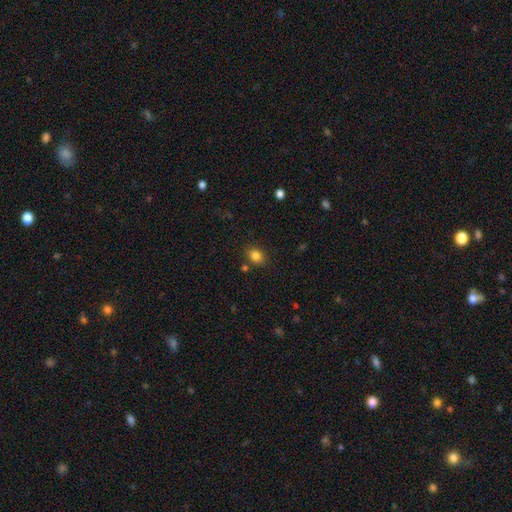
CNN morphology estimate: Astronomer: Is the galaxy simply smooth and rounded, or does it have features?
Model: smooth — 83%.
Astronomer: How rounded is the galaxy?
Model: round — 54% (runner-up: in between, 45%).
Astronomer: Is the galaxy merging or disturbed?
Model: none — 82%.